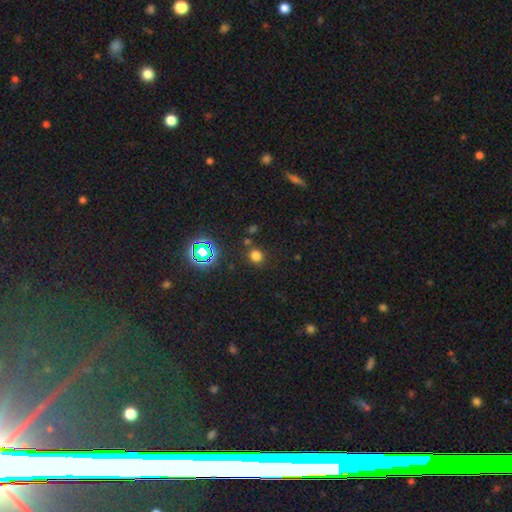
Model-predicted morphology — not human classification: Smooth or featured? smooth (70%)
How rounded? round (84%)
Merging? none (81%)